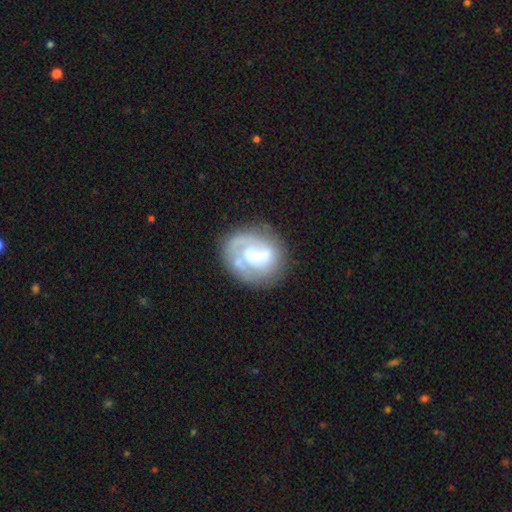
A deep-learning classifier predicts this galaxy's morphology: featured or disk 70%, smooth 23%, star or artifact 6%. Down the decision tree: edge-on disk — no (98%); bar — weak (46%); spiral arms — yes (81%); spiral arm count — 2 (36%); spiral winding — tight (47%); bulge size — small (48%); merging — none (65%).